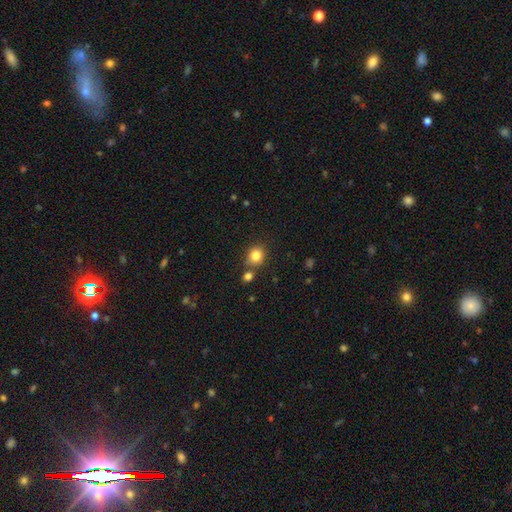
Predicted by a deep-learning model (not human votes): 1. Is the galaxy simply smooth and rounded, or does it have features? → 83% smooth, 11% star or artifact, 6% featured or disk.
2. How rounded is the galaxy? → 75% round, 24% in between, 1% cigar-shaped.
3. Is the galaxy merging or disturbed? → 71% none, 15% merger, 11% minor disturbance, 3% major disturbance.